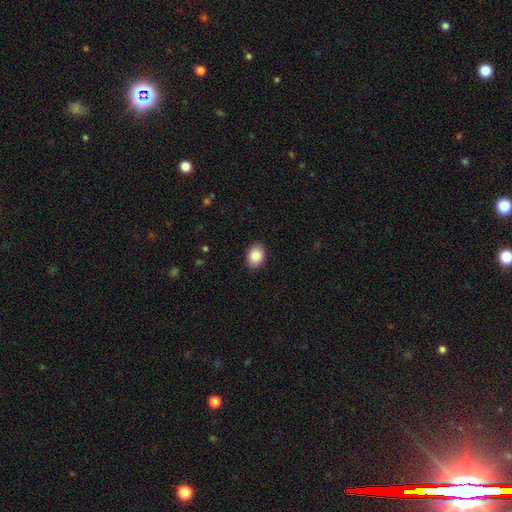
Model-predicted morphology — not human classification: This appears to be a smooth galaxy with no disk features (88%) that is in between round and cigar-shaped (72%). Merging: none (89%).